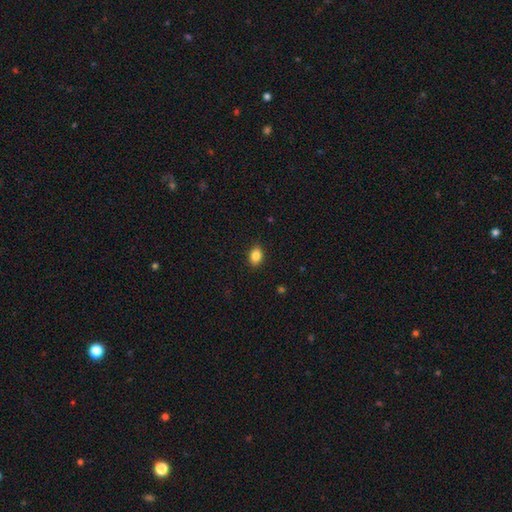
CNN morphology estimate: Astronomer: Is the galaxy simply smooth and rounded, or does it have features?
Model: smooth — 86%.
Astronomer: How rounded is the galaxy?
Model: in between — 80%.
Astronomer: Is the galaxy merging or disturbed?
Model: none — 89%.